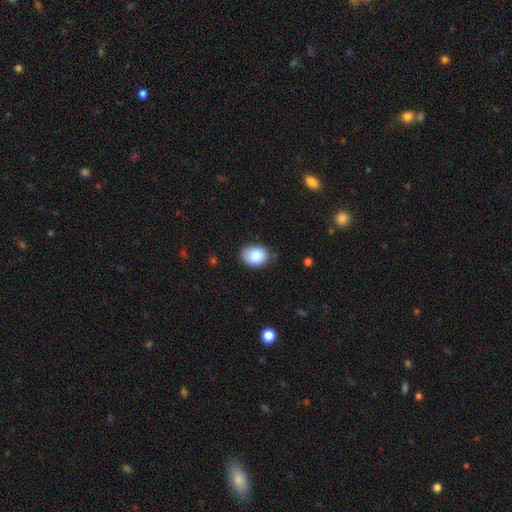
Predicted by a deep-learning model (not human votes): This is clearly a smooth galaxy (87%). How rounded: likely in between (64%). Merging: likely none (75%).